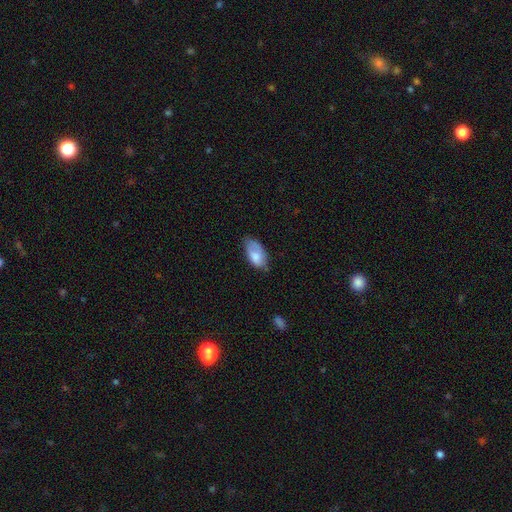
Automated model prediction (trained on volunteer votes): A smooth galaxy with no disk features (72%) that is in between round and cigar-shaped (93%).

Vote fractions:
- Smooth or featured? smooth: 72% / featured or disk: 21% / star or artifact: 7%
- How rounded? in between: 93% / round: 3% / cigar-shaped: 3%
- Merging? none: 46% / minor disturbance: 39% / major disturbance: 13% / merger: 2%